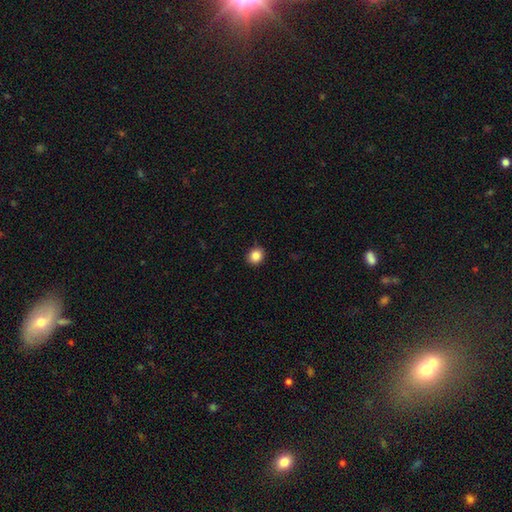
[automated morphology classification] Q: Smooth or featured?
A: smooth (86%); runner-up: star or artifact (10%)
Q: How rounded?
A: round (76%); runner-up: in between (23%)
Q: Merging?
A: none (89%); runner-up: minor disturbance (8%)